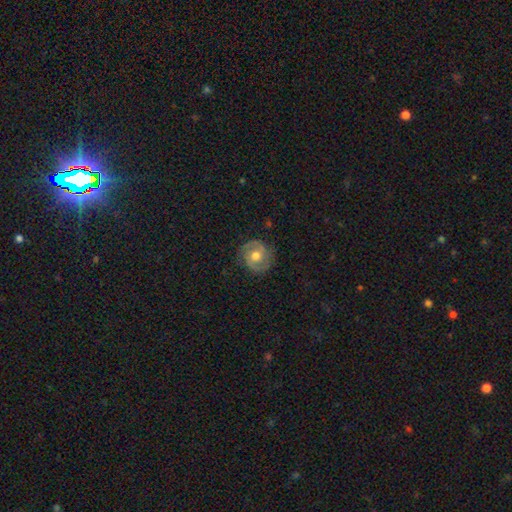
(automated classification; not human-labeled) Smooth or featured: featured or disk — 75% (smooth — 19%)
Edge-on disk: no — 98% (yes — 2%)
Bar: no — 61% (weak — 32%)
Spiral arms: yes — 91% (no — 9%)
Spiral winding: medium — 45% (tight — 43%)
Spiral arm count: 2 — 90% (can't tell — 5%)
Bulge size: moderate — 74% (large — 15%)
Merging: none — 83% (minor disturbance — 12%)